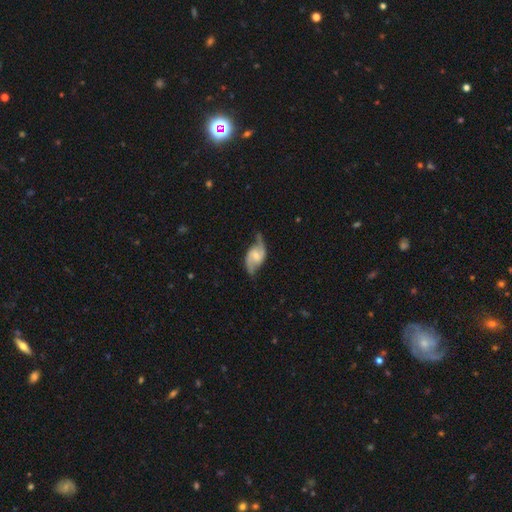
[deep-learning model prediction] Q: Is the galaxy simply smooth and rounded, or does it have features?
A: featured or disk — 84%.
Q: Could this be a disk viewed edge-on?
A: no — 97%.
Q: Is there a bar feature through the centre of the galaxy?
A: weak — 48%.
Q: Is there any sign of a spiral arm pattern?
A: yes — 96%.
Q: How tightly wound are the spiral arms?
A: loose — 54%.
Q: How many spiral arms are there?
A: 2 — 93%.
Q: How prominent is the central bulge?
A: small — 45%.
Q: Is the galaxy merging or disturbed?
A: none — 71%.